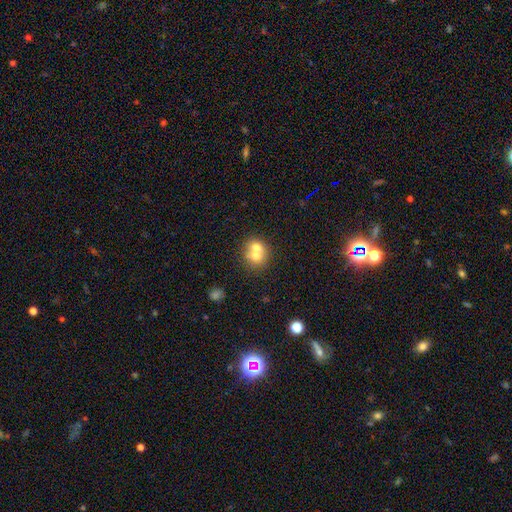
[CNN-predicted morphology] This appears to be a smooth galaxy with no disk features (65%) that is round (75%). Merging: merger (62%).